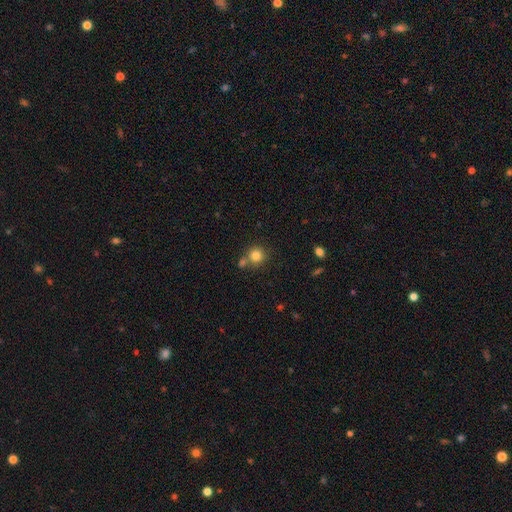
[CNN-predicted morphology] smooth-or-featured: smooth: 81% | star or artifact: 12% | featured or disk: 7%
  how-rounded: round: 90% | in between: 9% | cigar-shaped: 1%
  merging: none: 64% | merger: 23% | minor disturbance: 10% | major disturbance: 3%